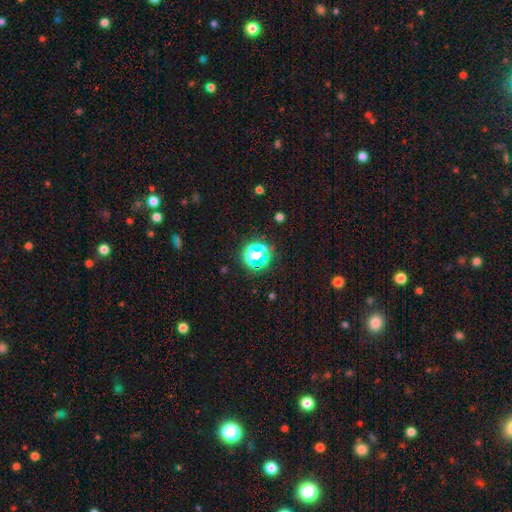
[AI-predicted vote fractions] Smooth or featured?
  - star or artifact: 68% *
  - smooth: 21%
  - featured or disk: 10%